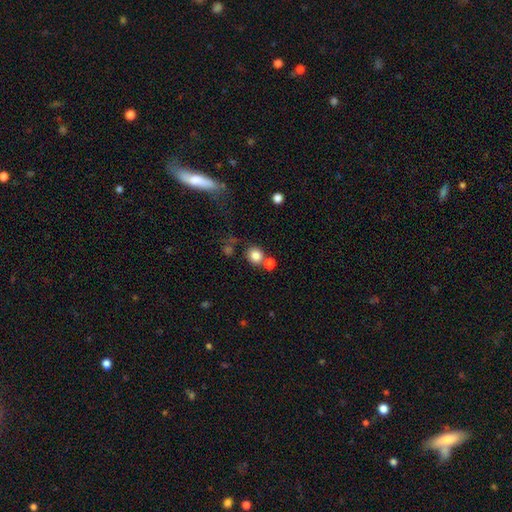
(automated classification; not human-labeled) smooth 82%, star or artifact 11%, featured or disk 7%. Down the decision tree: how rounded — round (81%); merging — none (66%).